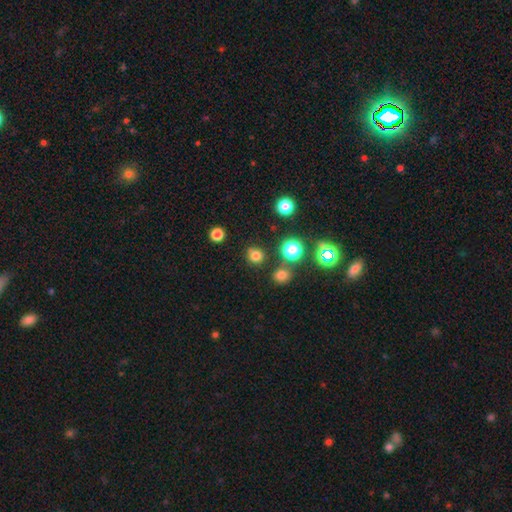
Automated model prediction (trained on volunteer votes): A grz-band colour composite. It shows a smooth galaxy with no disk features (74%) that is round (86%). Merging: none (81%).